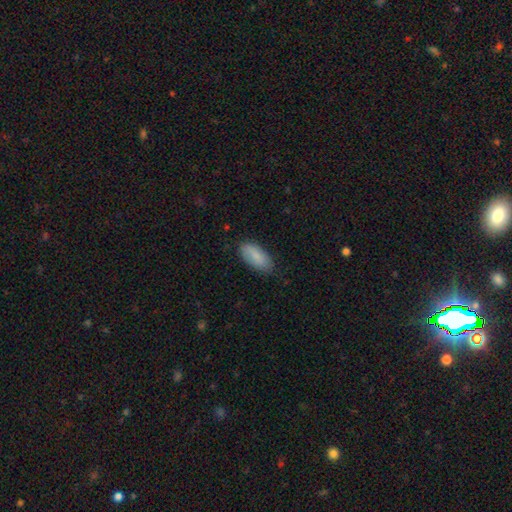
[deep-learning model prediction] A smooth galaxy with no disk features (85%) that is in between round and cigar-shaped (87%).

Vote fractions:
- Smooth or featured? smooth: 85% / featured or disk: 9% / star or artifact: 6%
- How rounded? in between: 87% / cigar-shaped: 11% / round: 2%
- Merging? none: 79% / minor disturbance: 17% / major disturbance: 3% / merger: 1%